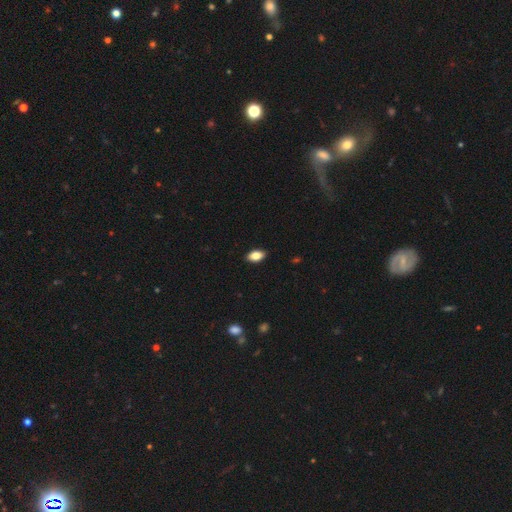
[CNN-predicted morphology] Smooth or featured: smooth — 85% (star or artifact — 8%)
How rounded: in between — 92% (round — 5%)
Merging: none — 89% (minor disturbance — 8%)